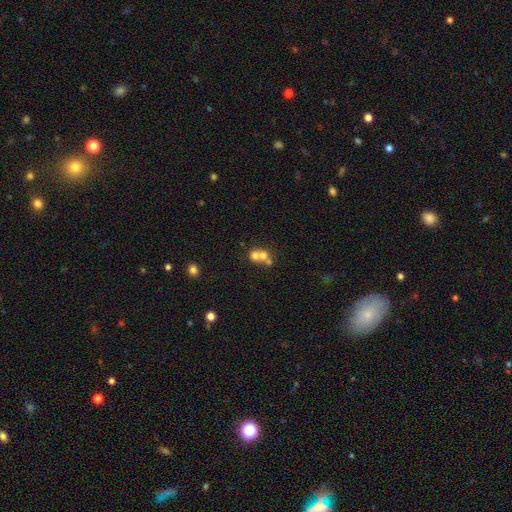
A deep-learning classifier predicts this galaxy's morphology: Smooth or featured: smooth — 63% (featured or disk — 24%)
How rounded: round — 74% (in between — 25%)
Merging: merger — 65% (none — 26%)